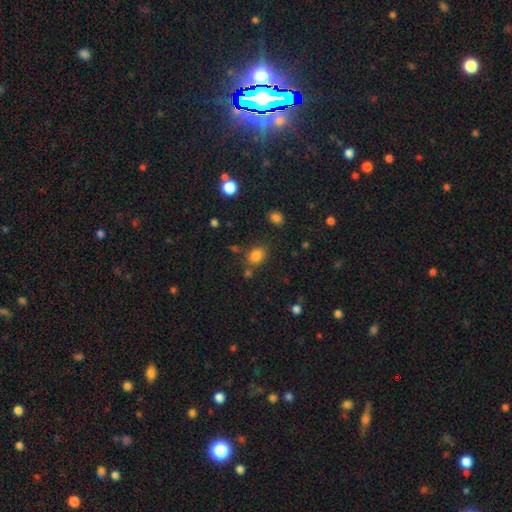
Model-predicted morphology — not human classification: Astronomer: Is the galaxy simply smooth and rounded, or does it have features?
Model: smooth — 81%.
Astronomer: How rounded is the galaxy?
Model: in between — 55% (runner-up: round, 44%).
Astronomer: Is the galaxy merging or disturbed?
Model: none — 72%.